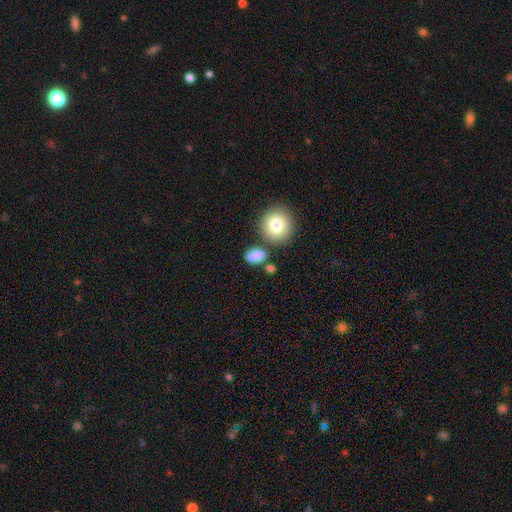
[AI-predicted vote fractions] smooth-or-featured: smooth: 86% | star or artifact: 8% | featured or disk: 5%
  how-rounded: in between: 75% | round: 22% | cigar-shaped: 2%
  merging: none: 69% | minor disturbance: 15% | merger: 12% | major disturbance: 5%